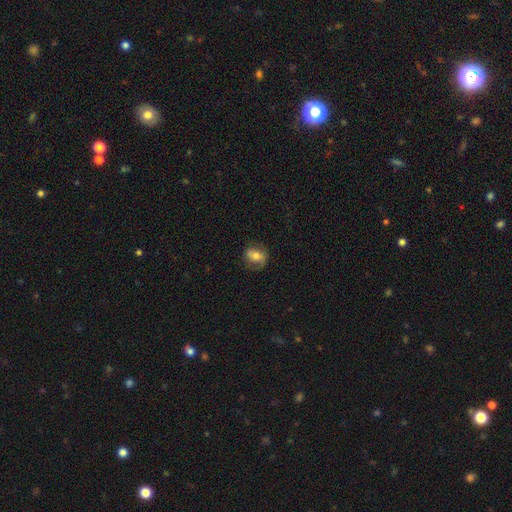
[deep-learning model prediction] Morphology: type=smooth (62%); roundness=in between (60%); merging=none (72%).